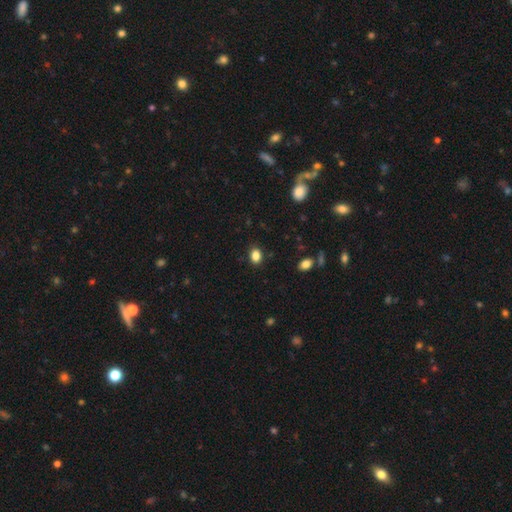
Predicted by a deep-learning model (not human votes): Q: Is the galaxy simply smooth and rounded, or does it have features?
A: smooth — 86%.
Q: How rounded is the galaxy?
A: in between — 74%.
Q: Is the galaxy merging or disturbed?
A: none — 87%.